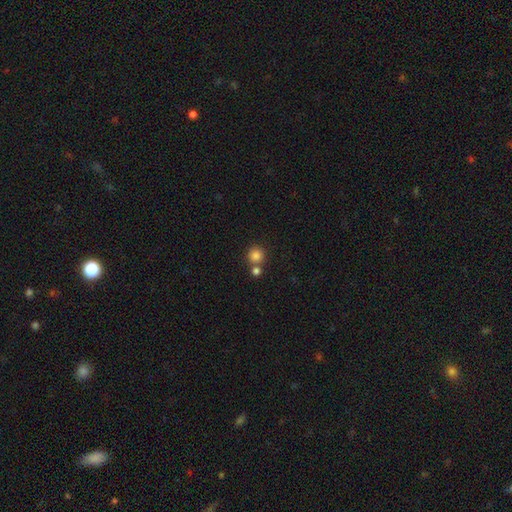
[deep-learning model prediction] This is clearly a smooth galaxy (84%). How rounded: clearly round (93%). Merging: likely none (66%).